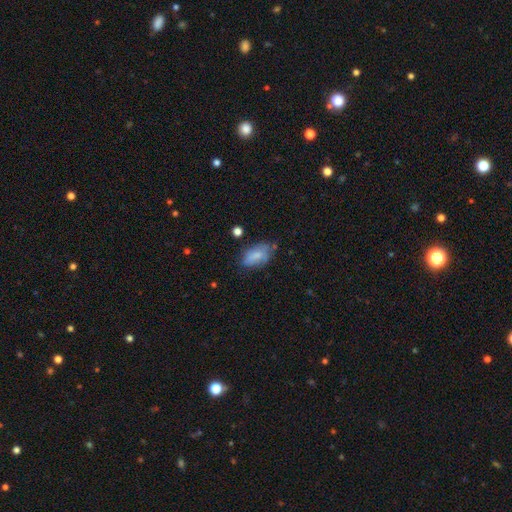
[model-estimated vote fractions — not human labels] Smooth or featured: smooth — 72% (featured or disk — 20%)
How rounded: in between — 91% (round — 6%)
Merging: none — 55% (minor disturbance — 30%)